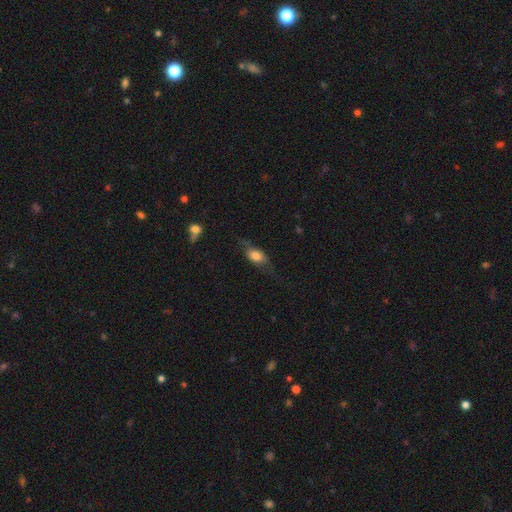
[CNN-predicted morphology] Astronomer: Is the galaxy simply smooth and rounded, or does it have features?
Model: smooth — 61%.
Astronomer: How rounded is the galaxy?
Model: in between — 75%.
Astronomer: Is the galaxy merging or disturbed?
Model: none — 54%.